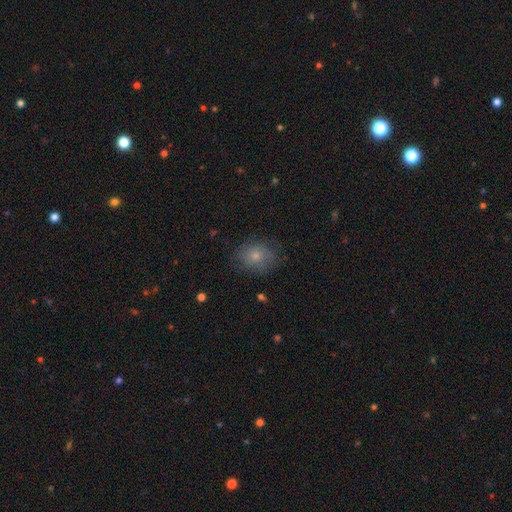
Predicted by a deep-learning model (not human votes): smooth 75%, featured or disk 15%, star or artifact 10%. Down the decision tree: how rounded — round (64%); merging — none (75%).